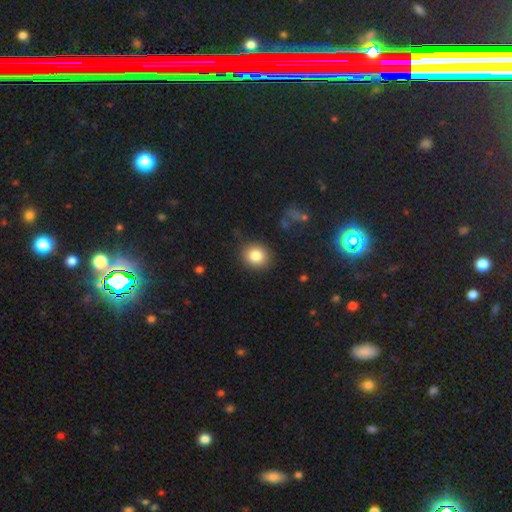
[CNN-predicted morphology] The model was most divided on "how rounded": round: 82%, in between: 17%, cigar-shaped: 1%. More confident: merging — none (87%); smooth or featured — smooth (84%).